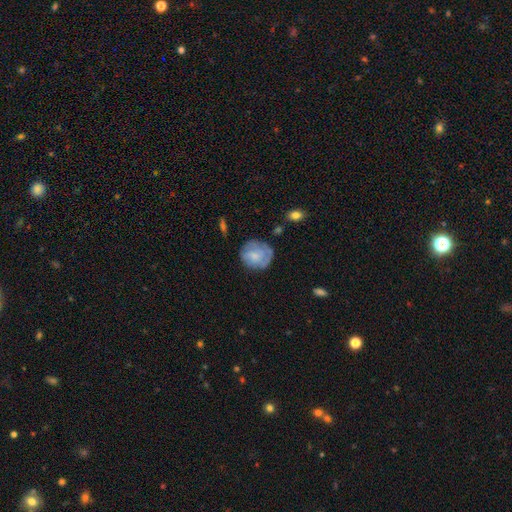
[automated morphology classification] Smooth or featured?
  - smooth: 52% *
  - featured or disk: 41%
  - star or artifact: 8%
How rounded?
  - round: 79% *
  - in between: 20%
  - cigar-shaped: 1%
Merging?
  - none: 65% *
  - minor disturbance: 23%
  - major disturbance: 10%
  - merger: 2%